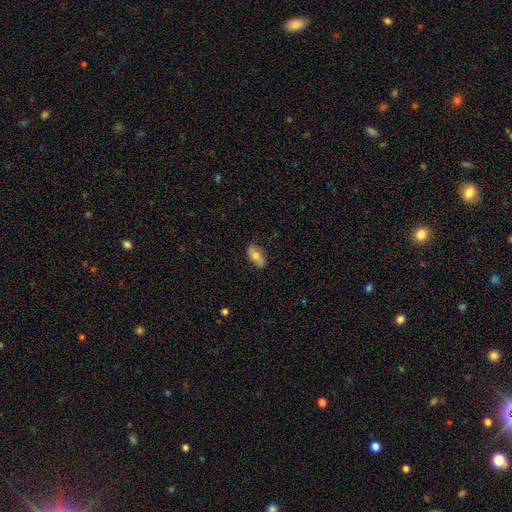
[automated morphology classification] A smooth galaxy with no disk features (66%) that is in between round and cigar-shaped (86%).

Vote fractions:
- Smooth or featured? smooth: 66% / featured or disk: 28% / star or artifact: 7%
- How rounded? in between: 86% / cigar-shaped: 10% / round: 4%
- Merging? none: 81% / minor disturbance: 15% / major disturbance: 3% / merger: 1%